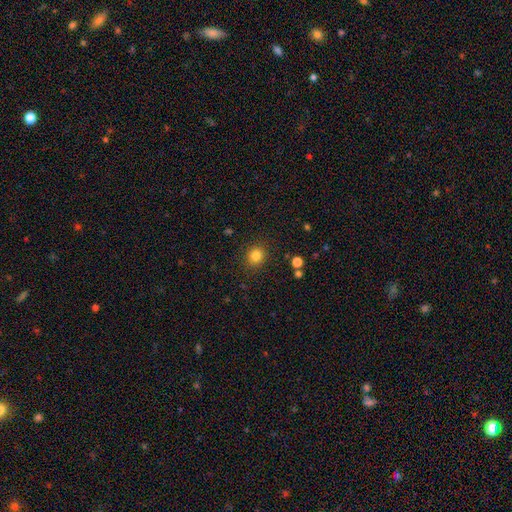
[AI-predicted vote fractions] Q: Smooth or featured?
A: smooth (82%); runner-up: star or artifact (12%)
Q: How rounded?
A: round (85%); runner-up: in between (14%)
Q: Merging?
A: none (90%); runner-up: minor disturbance (7%)